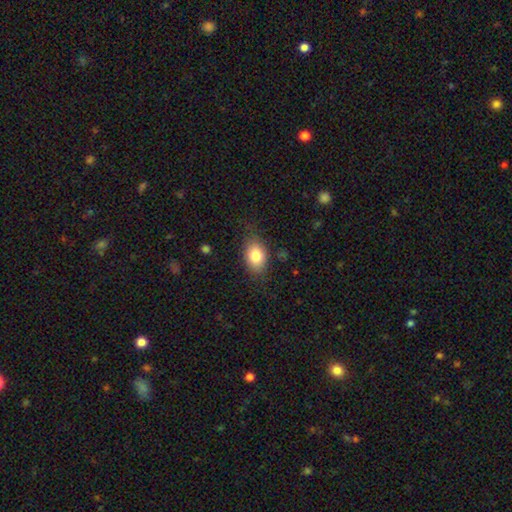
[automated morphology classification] Overall: smooth (80%). How rounded: in between (82%). Merging: none (76%).